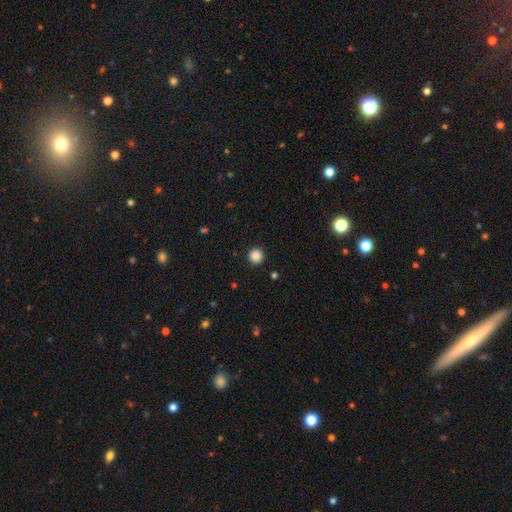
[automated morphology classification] smooth-or-featured: smooth: 87% | star or artifact: 11% | featured or disk: 3%
  how-rounded: round: 96% | in between: 3% | cigar-shaped: 1%
  merging: none: 93% | minor disturbance: 5% | major disturbance: 2% | merger: 1%